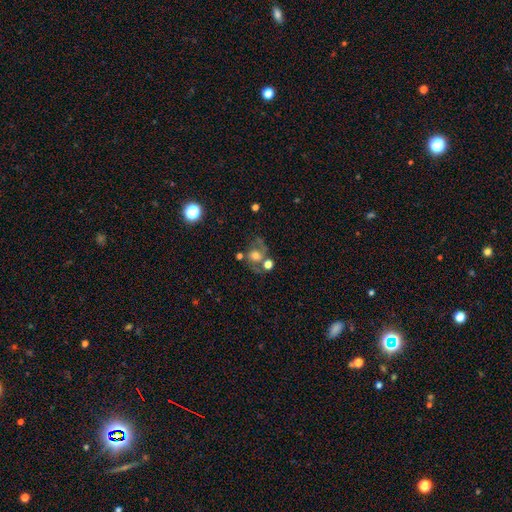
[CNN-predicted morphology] smooth_or_featured: featured or disk (p=0.48) [alt: smooth p=0.39]
merging: none (p=0.45) [alt: merger p=0.23]